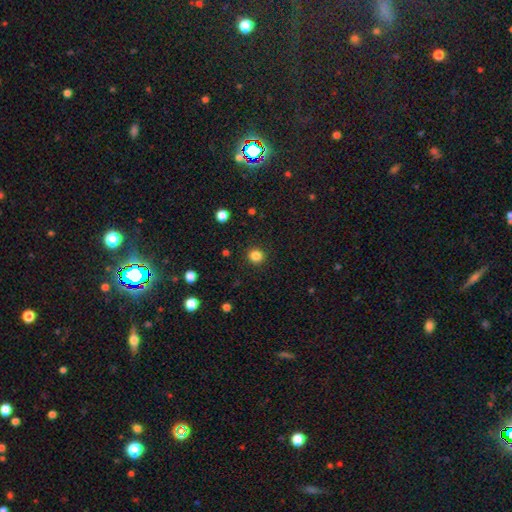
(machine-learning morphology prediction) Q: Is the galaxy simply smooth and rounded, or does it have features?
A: smooth — 84%.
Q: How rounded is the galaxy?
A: round — 92%.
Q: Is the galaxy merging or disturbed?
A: none — 92%.